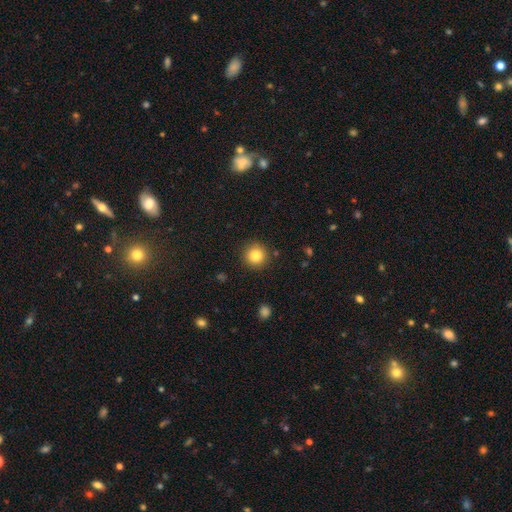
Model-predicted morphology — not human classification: smooth-or-featured: smooth: 84% | star or artifact: 10% | featured or disk: 6%
  how-rounded: round: 94% | in between: 5% | cigar-shaped: 1%
  merging: none: 90% | minor disturbance: 7% | major disturbance: 2% | merger: 2%